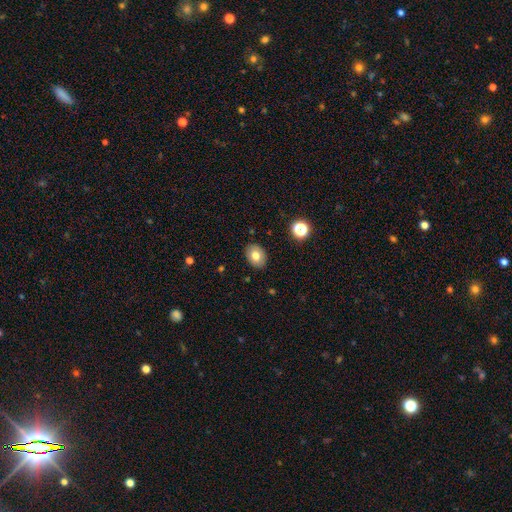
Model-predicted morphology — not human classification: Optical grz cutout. It shows a smooth galaxy with no disk features (76%) that is in between round and cigar-shaped (66%). Merging: none (88%).